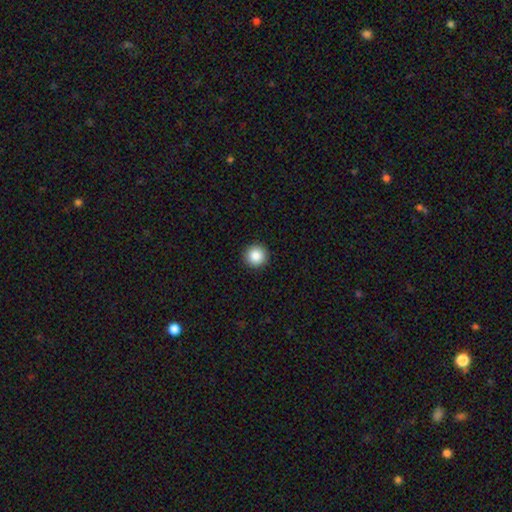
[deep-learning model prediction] smooth_or_featured: smooth (p=0.87) [alt: star or artifact p=0.09]
how_rounded: round (p=0.96) [alt: in between p=0.03]
merging: none (p=0.93) [alt: minor disturbance p=0.04]